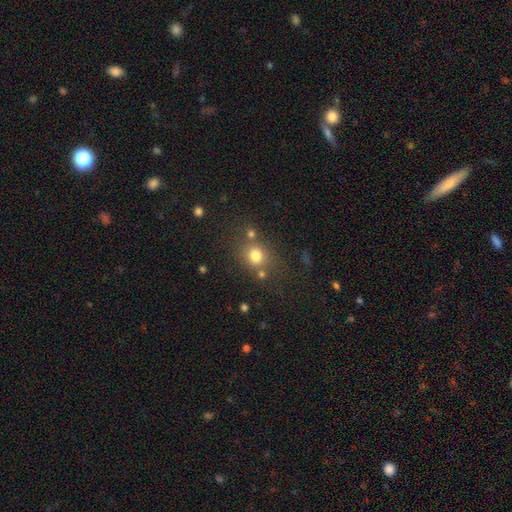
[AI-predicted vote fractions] Overall: smooth (76%). How rounded: round (75%). Merging: none (66%).